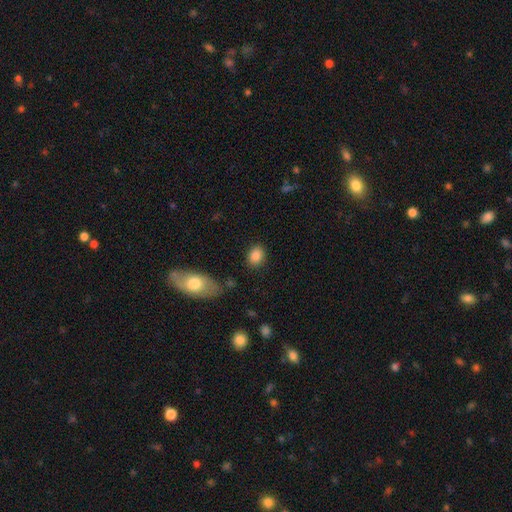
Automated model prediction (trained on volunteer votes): smooth 86%, star or artifact 8%, featured or disk 6%. Down the decision tree: how rounded — in between (56%); merging — none (84%).